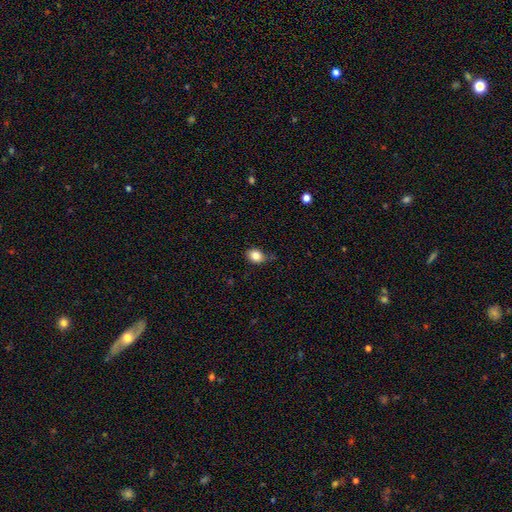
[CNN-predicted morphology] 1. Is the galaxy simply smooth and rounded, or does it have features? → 84% smooth, 9% star or artifact, 6% featured or disk.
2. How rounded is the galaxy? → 51% in between, 48% round, 1% cigar-shaped.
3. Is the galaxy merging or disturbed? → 71% none, 22% minor disturbance, 4% major disturbance, 2% merger.